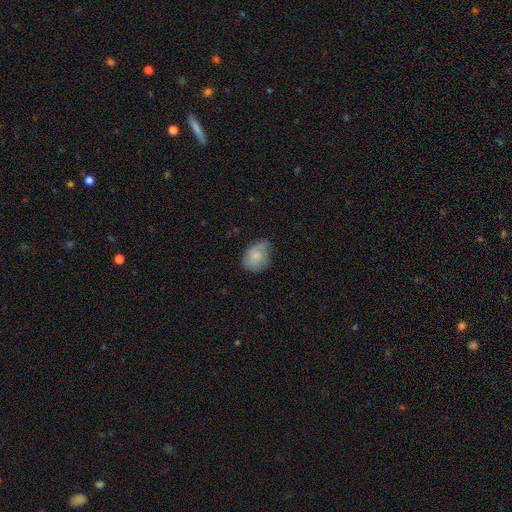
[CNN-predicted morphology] Q: Smooth or featured?
A: smooth (72%); runner-up: featured or disk (20%)
Q: How rounded?
A: in between (70%); runner-up: round (29%)
Q: Merging?
A: none (46%); runner-up: minor disturbance (40%)